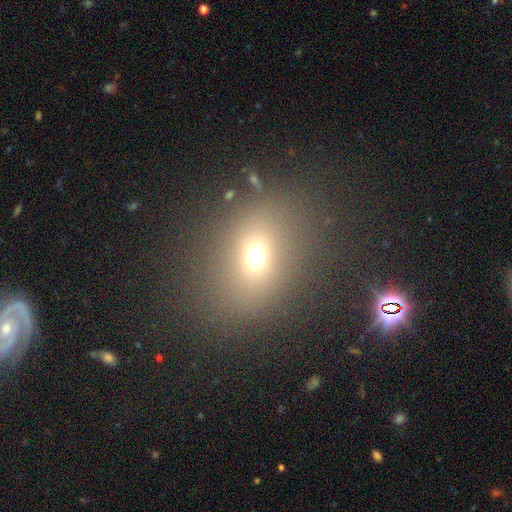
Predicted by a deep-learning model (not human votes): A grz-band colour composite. It shows a smooth galaxy with no disk features (66%) that is in between round and cigar-shaped (51%). Merging: none (80%).